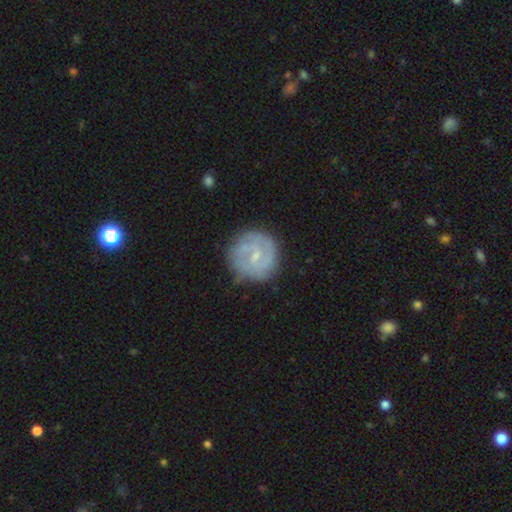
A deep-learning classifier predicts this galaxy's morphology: Smooth or featured?
  - featured or disk: 66% *
  - smooth: 28%
  - star or artifact: 7%
Edge-on disk?
  - no: 98% *
  - yes: 2%
Bar?
  - weak: 52% *
  - no: 38%
  - strong: 10%
Spiral arms?
  - yes: 79% *
  - no: 21%
Spiral winding?
  - tight: 57% *
  - medium: 32%
  - loose: 11%
Spiral arm count?
  - can't tell: 40% *
  - 2: 34%
  - 3: 13%
  - 1: 5%
  - 4: 5%
  - more than 4: 4%
Bulge size?
  - small: 70% *
  - moderate: 20%
  - none: 7%
  - large: 1%
  - dominant: 1%
Merging?
  - none: 76% *
  - minor disturbance: 16%
  - major disturbance: 6%
  - merger: 2%